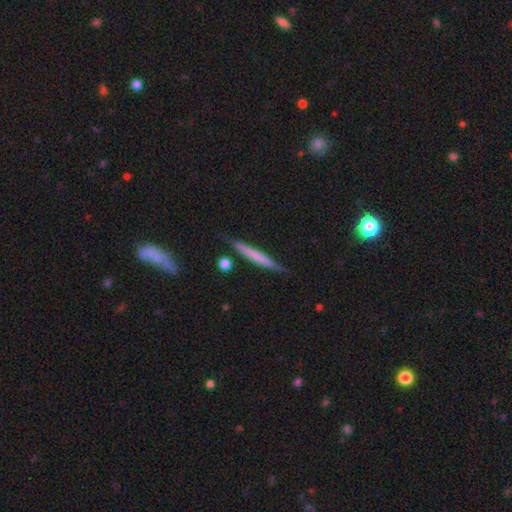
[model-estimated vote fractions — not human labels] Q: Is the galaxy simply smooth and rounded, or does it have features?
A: smooth — 56%.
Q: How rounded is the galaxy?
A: cigar-shaped — 95%.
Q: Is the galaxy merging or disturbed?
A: none — 82%.